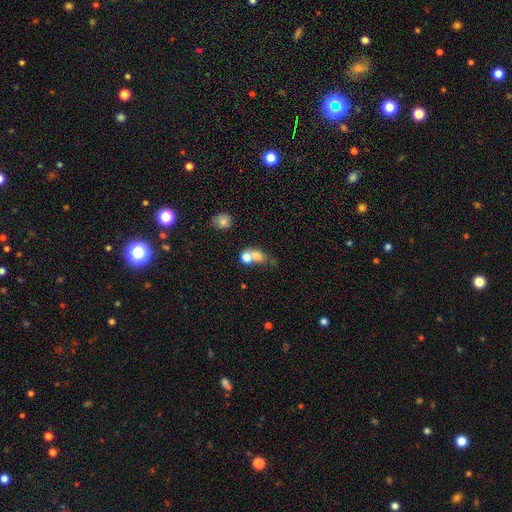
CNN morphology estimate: Smooth or featured? Predicted: smooth (p=0.72). How rounded? Predicted: round (p=0.58). Merging? Predicted: merger (p=0.59).